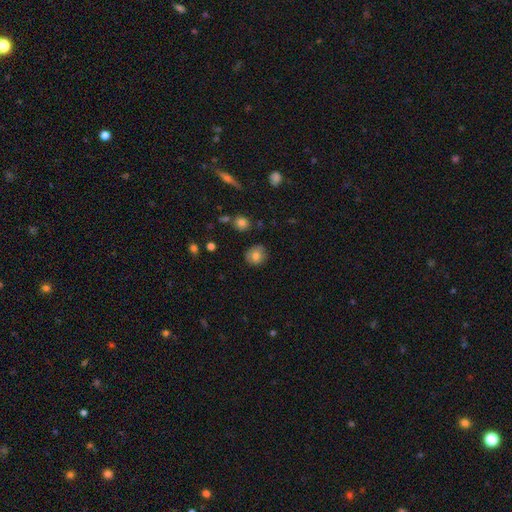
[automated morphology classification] smooth-or-featured: smooth: 77% | featured or disk: 13% | star or artifact: 10%
  how-rounded: round: 80% | in between: 19% | cigar-shaped: 1%
  merging: none: 81% | minor disturbance: 14% | major disturbance: 3% | merger: 2%